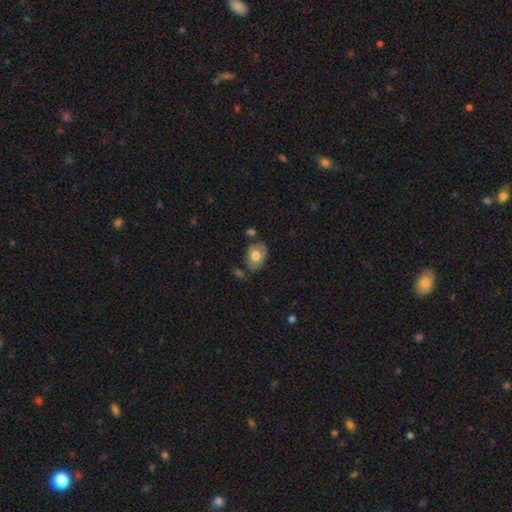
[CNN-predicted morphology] smooth 69%, featured or disk 24%, star or artifact 7%. Down the decision tree: how rounded — in between (77%); merging — none (69%).